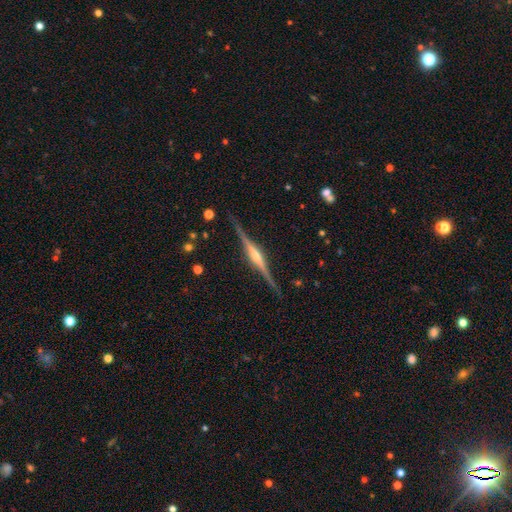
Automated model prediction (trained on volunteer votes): Q: Smooth or featured?
A: featured or disk (87%); runner-up: smooth (8%)
Q: Edge-on disk?
A: yes (98%); runner-up: no (2%)
Q: Edge-on bulge?
A: rounded (78%); runner-up: boxy (14%)
Q: Merging?
A: none (87%); runner-up: minor disturbance (9%)